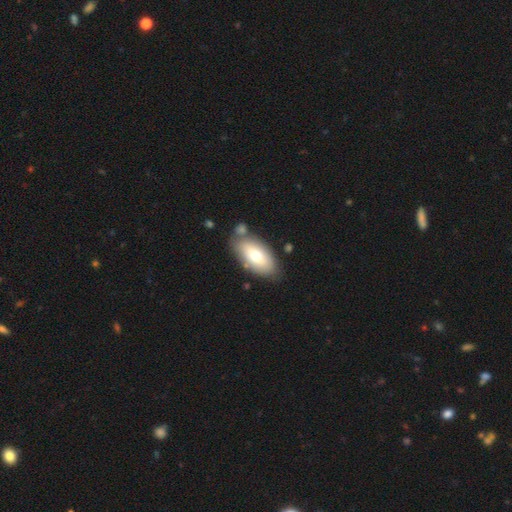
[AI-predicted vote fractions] Q: Smooth or featured?
A: smooth (69%); runner-up: featured or disk (24%)
Q: How rounded?
A: in between (93%); runner-up: cigar-shaped (4%)
Q: Merging?
A: none (69%); runner-up: minor disturbance (15%)